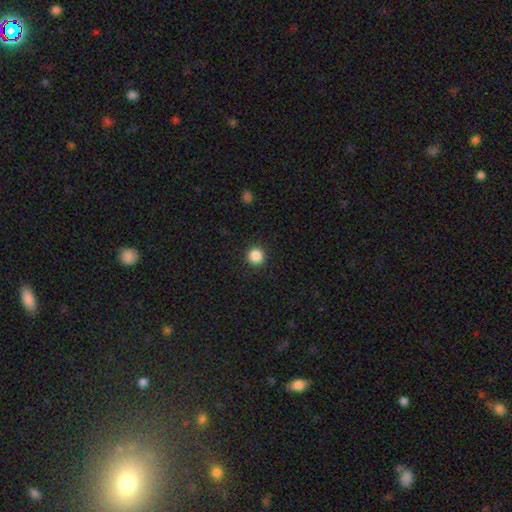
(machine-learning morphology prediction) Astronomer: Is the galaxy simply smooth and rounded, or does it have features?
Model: smooth — 86%.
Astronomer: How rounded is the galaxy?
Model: round — 95%.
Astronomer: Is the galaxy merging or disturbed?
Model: none — 92%.